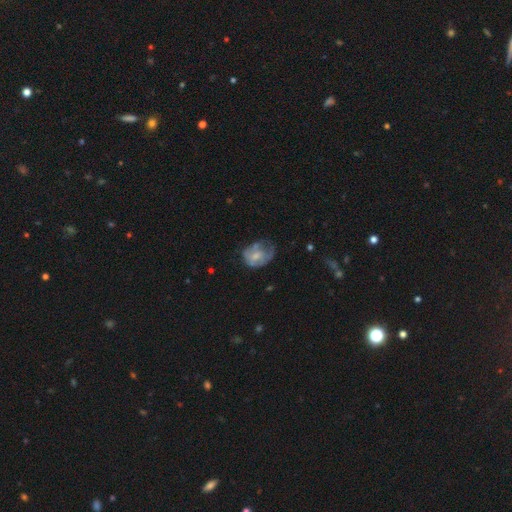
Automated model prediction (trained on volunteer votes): A featured or disk galaxy (49%). Merging: none (34%).